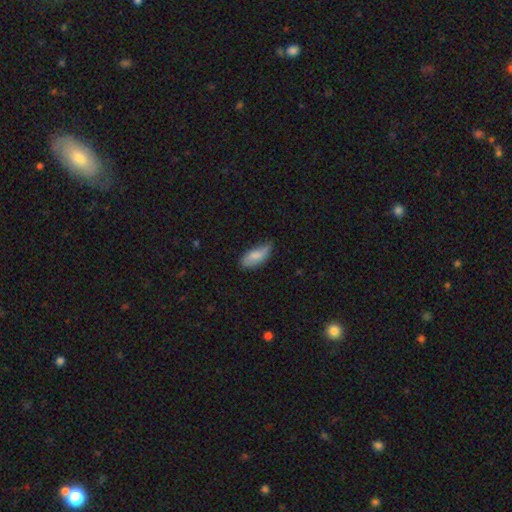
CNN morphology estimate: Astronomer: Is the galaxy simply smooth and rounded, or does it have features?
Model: smooth — 79%.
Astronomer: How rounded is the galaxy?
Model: in between — 84%.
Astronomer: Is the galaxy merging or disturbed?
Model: none — 55% (runner-up: minor disturbance, 37%).